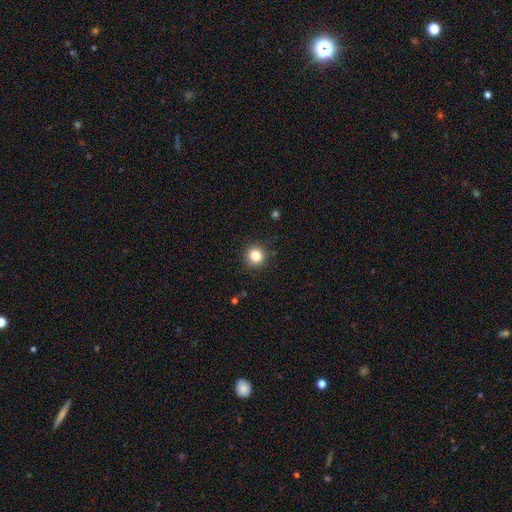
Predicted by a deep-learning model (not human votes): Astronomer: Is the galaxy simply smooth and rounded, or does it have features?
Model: smooth — 83%.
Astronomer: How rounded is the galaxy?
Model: round — 93%.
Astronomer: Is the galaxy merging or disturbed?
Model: none — 90%.